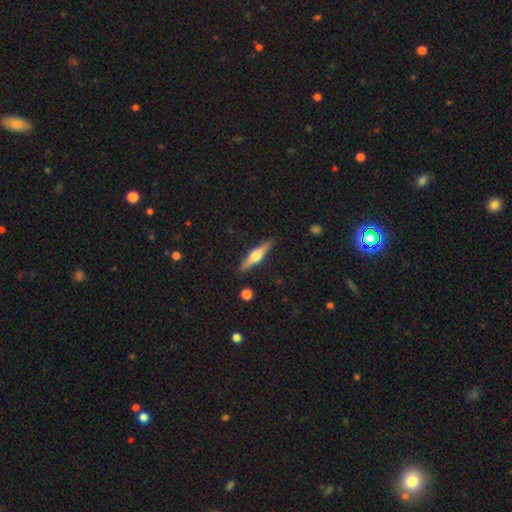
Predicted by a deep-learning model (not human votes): Morphology: type=featured or disk (64%); edge-on=yes (97%); edge-on bulge=rounded (89%); merging=none (88%).